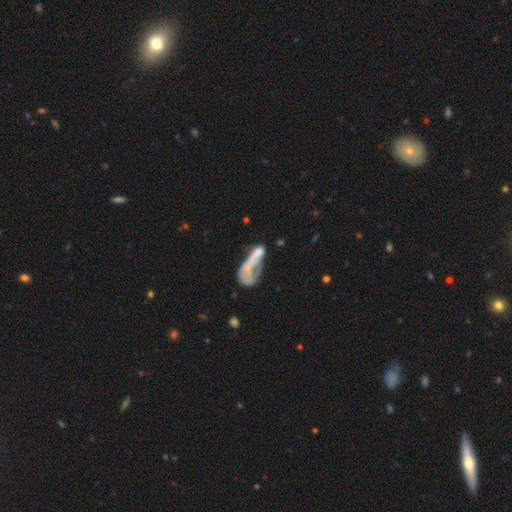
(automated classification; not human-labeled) Smooth or featured: smooth — 45% (featured or disk — 44%)
Merging: major disturbance — 43% (merger — 28%)